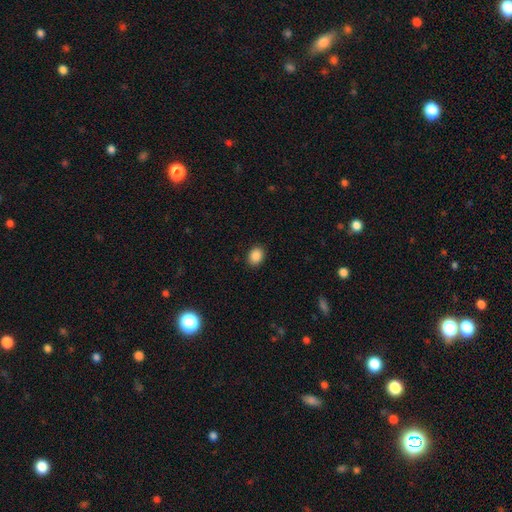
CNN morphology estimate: Overall: smooth (88%). How rounded: in between (59%; round 40%). Merging: none (90%).